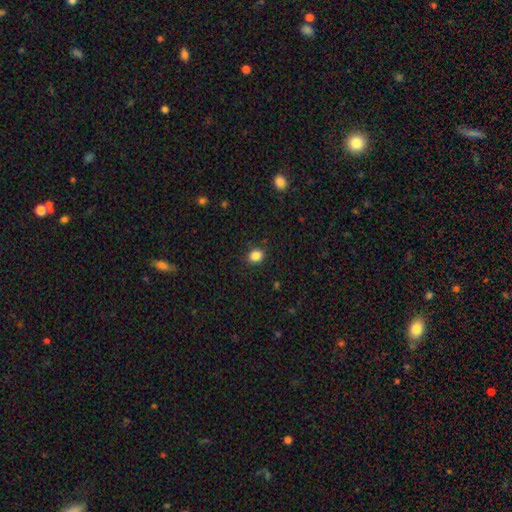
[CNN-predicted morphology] Smooth or featured?
  - smooth: 85% *
  - star or artifact: 11%
  - featured or disk: 4%
How rounded?
  - round: 59% *
  - in between: 40%
  - cigar-shaped: 1%
Merging?
  - none: 87% *
  - minor disturbance: 10%
  - major disturbance: 3%
  - merger: 1%